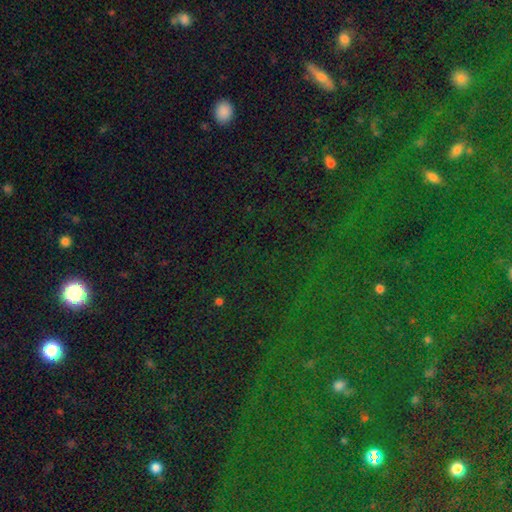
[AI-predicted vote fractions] Smooth or featured: star or artifact — 79% (smooth — 13%)